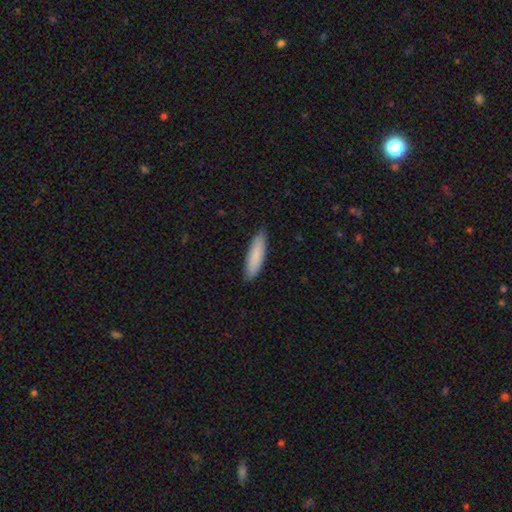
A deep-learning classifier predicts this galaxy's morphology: type=smooth (86%); roundness=cigar-shaped (67%); merging=none (88%).